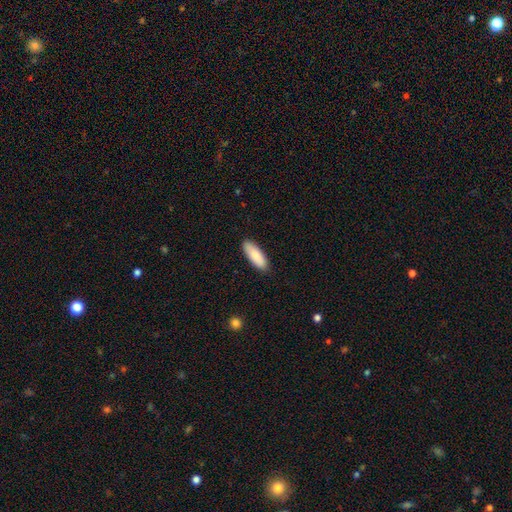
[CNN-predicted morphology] Overall: smooth (87%). How rounded: in between (64%; cigar-shaped 34%). Merging: none (89%).